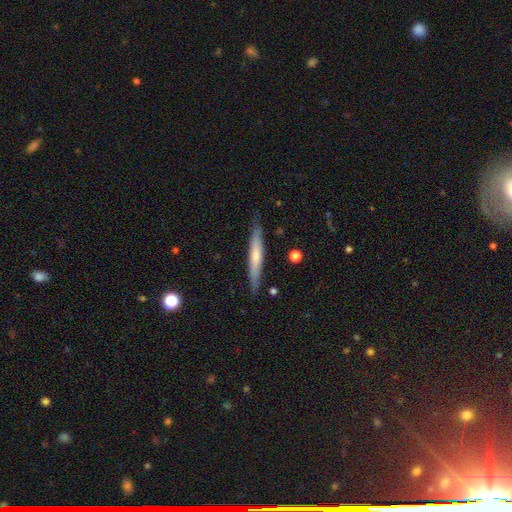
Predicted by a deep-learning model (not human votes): Overall: smooth (54%; featured or disk 40%). How rounded: cigar-shaped (94%). Merging: none (85%).